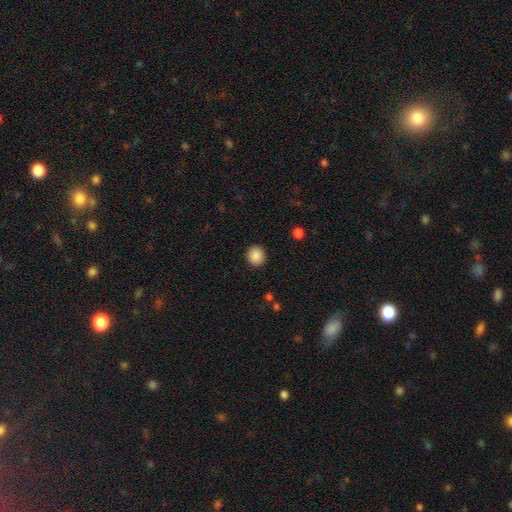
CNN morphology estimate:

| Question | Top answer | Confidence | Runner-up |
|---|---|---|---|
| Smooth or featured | smooth | 88% | star or artifact (9%) |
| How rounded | round | 89% | in between (10%) |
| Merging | none | 92% | minor disturbance (5%) |